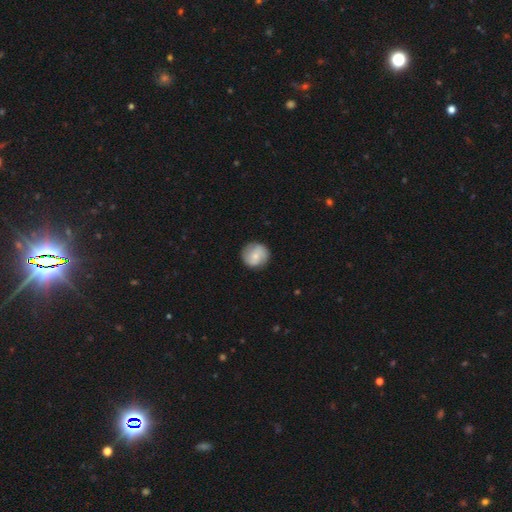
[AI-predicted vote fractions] Smooth or featured?
  - smooth: 55% *
  - featured or disk: 38%
  - star or artifact: 7%
How rounded?
  - round: 92% *
  - in between: 7%
  - cigar-shaped: 1%
Merging?
  - none: 85% *
  - minor disturbance: 11%
  - major disturbance: 3%
  - merger: 1%